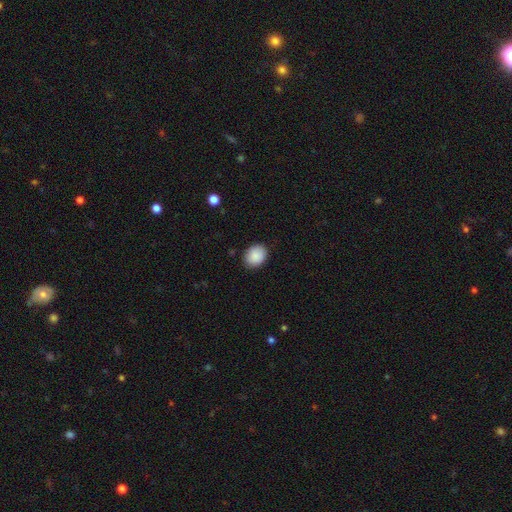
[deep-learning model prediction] Smooth or featured?
  - smooth: 89% *
  - star or artifact: 7%
  - featured or disk: 4%
How rounded?
  - in between: 52% *
  - round: 47%
  - cigar-shaped: 1%
Merging?
  - none: 85% *
  - minor disturbance: 11%
  - major disturbance: 2%
  - merger: 1%